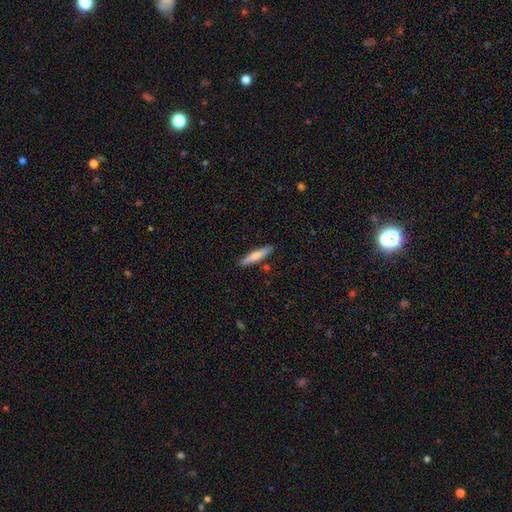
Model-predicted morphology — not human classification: type=smooth (67%); roundness=cigar-shaped (90%); merging=none (88%).